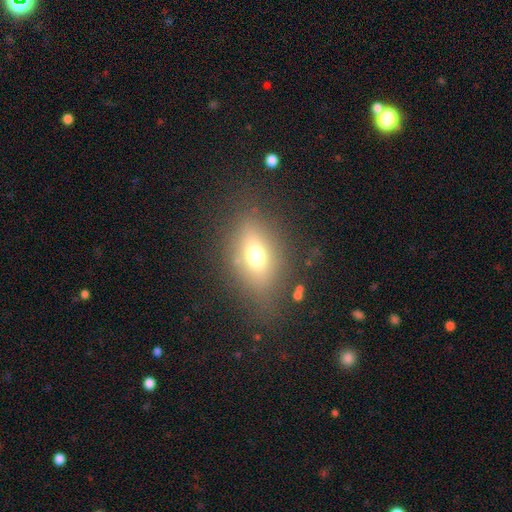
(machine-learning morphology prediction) A smooth galaxy with no disk features (64%) that is in between round and cigar-shaped (76%).

Vote fractions:
- Smooth or featured? smooth: 64% / featured or disk: 22% / star or artifact: 14%
- How rounded? in between: 76% / round: 17% / cigar-shaped: 6%
- Merging? none: 73% / minor disturbance: 16% / major disturbance: 9% / merger: 3%